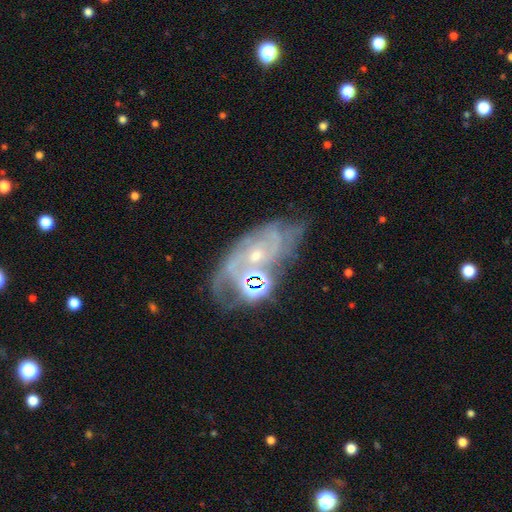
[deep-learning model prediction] featured or disk 78%, star or artifact 12%, smooth 10%. Down the decision tree: edge-on disk — no (95%); bar — no (67%); spiral arms — yes (88%); spiral arm count — can't tell (39%); spiral winding — tight (53%); bulge size — small (71%); merging — none (50%).